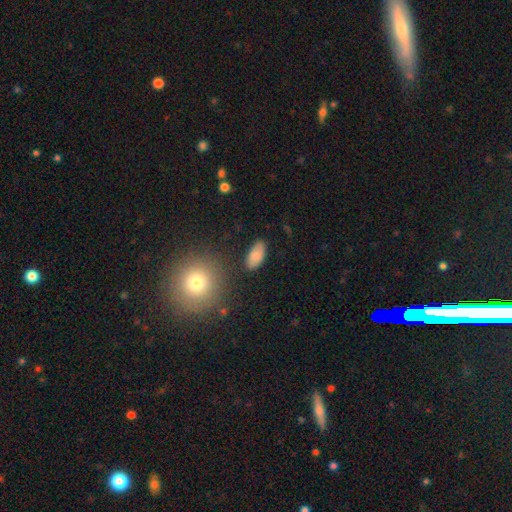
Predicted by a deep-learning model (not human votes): Morphology: type=smooth (80%); roundness=in between (93%); merging=none (82%).